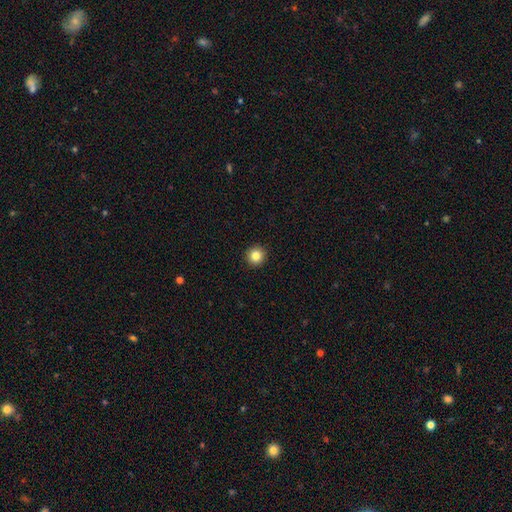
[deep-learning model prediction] Q: Smooth or featured?
A: smooth (84%); runner-up: star or artifact (10%)
Q: How rounded?
A: round (95%); runner-up: in between (4%)
Q: Merging?
A: none (93%); runner-up: minor disturbance (4%)